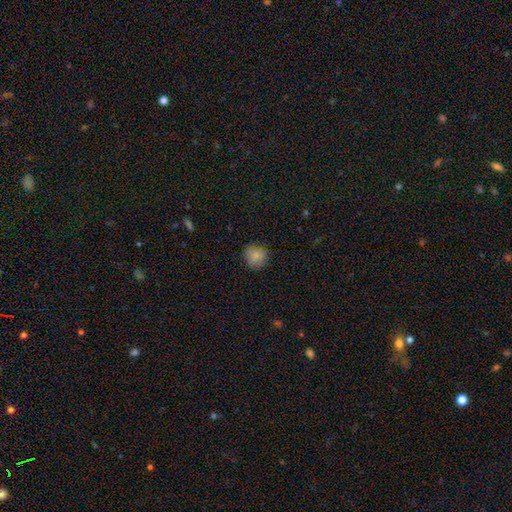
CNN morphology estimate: Overall: smooth (84%). How rounded: round (88%). Merging: none (80%).